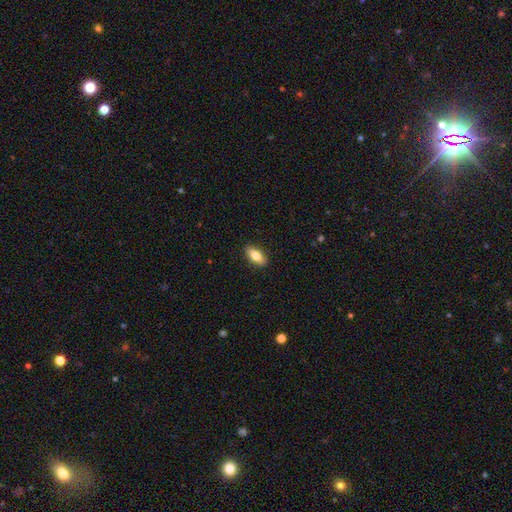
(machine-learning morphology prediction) smooth_or_featured: smooth (p=0.73) [alt: featured or disk p=0.21]
how_rounded: in between (p=0.81) [alt: cigar-shaped p=0.15]
merging: none (p=0.90) [alt: minor disturbance p=0.08]